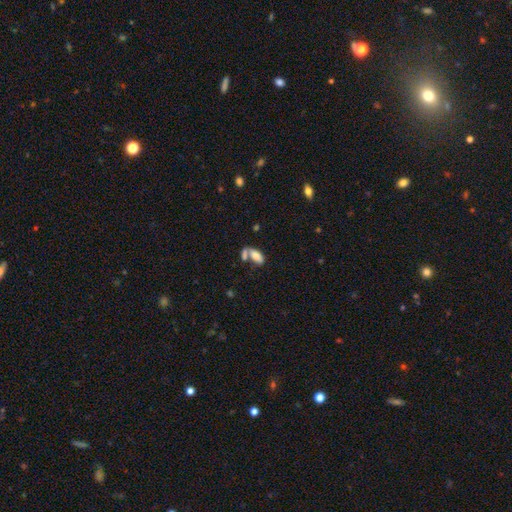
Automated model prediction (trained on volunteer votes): smooth 78%, featured or disk 14%, star or artifact 8%. Down the decision tree: how rounded — in between (88%); merging — merger (41%).